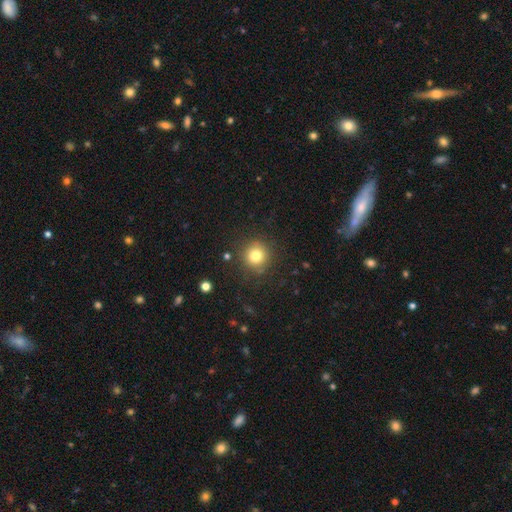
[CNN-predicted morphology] type=smooth (78%); roundness=round (94%); merging=none (86%).